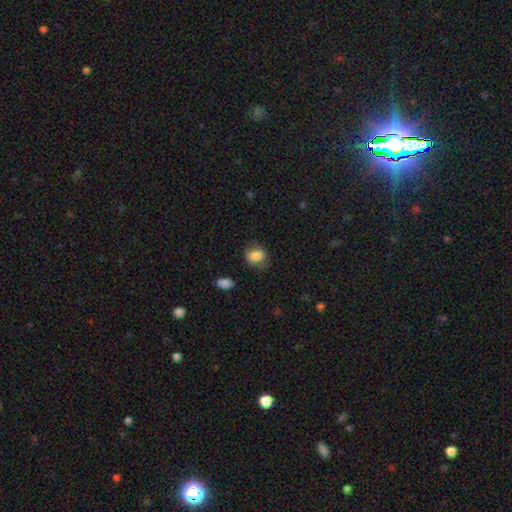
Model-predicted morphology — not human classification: smooth_or_featured: smooth (p=0.80) [alt: featured or disk p=0.12]
how_rounded: round (p=0.52) [alt: in between p=0.47]
merging: none (p=0.69) [alt: minor disturbance p=0.22]